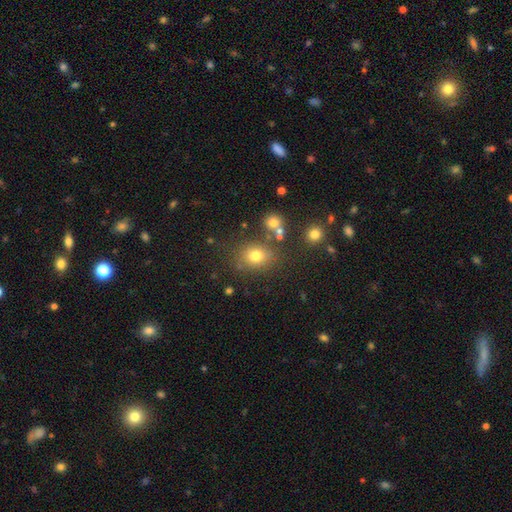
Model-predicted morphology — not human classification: smooth-or-featured: smooth: 75% | star or artifact: 16% | featured or disk: 9%
  how-rounded: round: 58% | in between: 41% | cigar-shaped: 1%
  merging: none: 75% | minor disturbance: 12% | merger: 8% | major disturbance: 5%